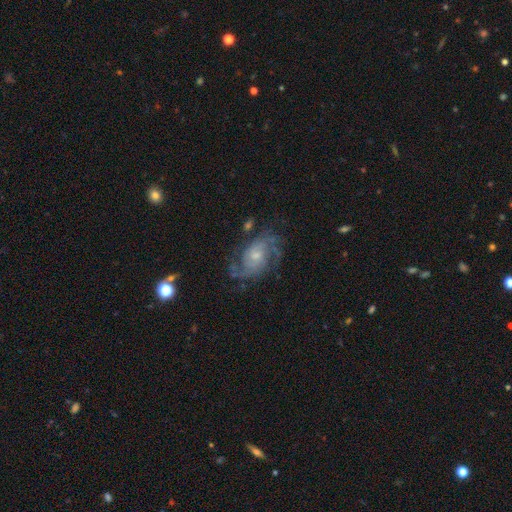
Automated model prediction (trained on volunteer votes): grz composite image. It shows a featured or disk galaxy (84%) with no bar (65%), 2 (51%) medium (48%) spiral arms (95%) and a small central bulge (56%). Merging: none (70%).